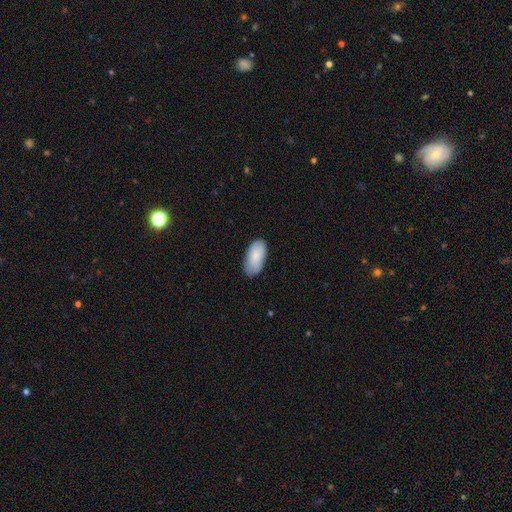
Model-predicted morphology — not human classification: A smooth galaxy with no disk features (86%) that is in between round and cigar-shaped (95%).

Vote fractions:
- Smooth or featured? smooth: 86% / featured or disk: 9% / star or artifact: 6%
- How rounded? in between: 95% / cigar-shaped: 3% / round: 2%
- Merging? none: 80% / minor disturbance: 17% / major disturbance: 3% / merger: 1%